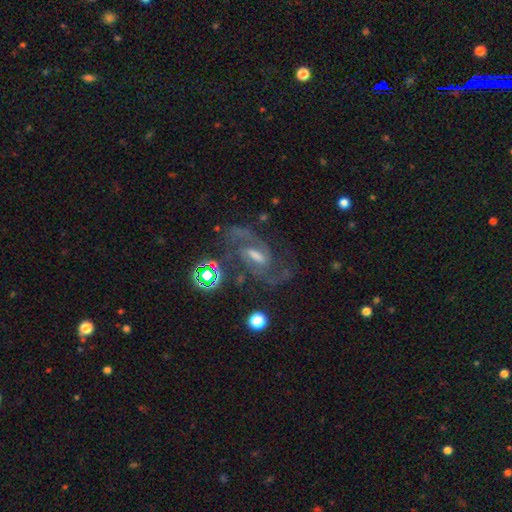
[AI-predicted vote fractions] smooth_or_featured: featured or disk (p=0.86) [alt: star or artifact p=0.09]
disk_edge_on: no (p=0.96) [alt: yes p=0.04]
bar: weak (p=0.52) [alt: strong p=0.34]
has_spiral_arms: yes (p=0.97) [alt: no p=0.03]
spiral_winding: medium (p=0.60) [alt: tight p=0.24]
spiral_arm_count: 2 (p=0.86) [alt: can't tell p=0.05]
bulge_size: moderate (p=0.42) [alt: small p=0.33]
merging: none (p=0.71) [alt: minor disturbance p=0.15]